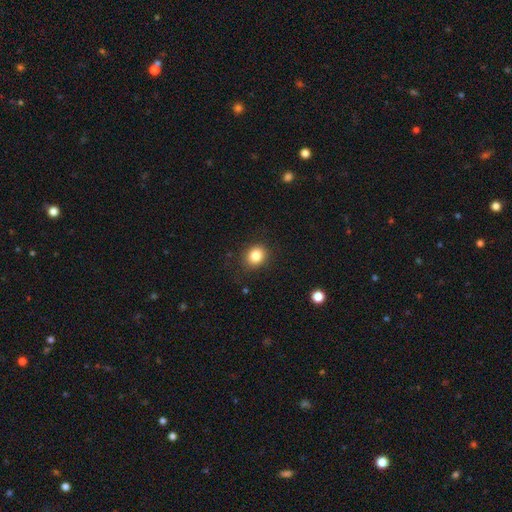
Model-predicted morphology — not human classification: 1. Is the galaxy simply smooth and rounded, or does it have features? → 84% smooth, 10% star or artifact, 6% featured or disk.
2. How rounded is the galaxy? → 68% round, 31% in between, 1% cigar-shaped.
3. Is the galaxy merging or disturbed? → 87% none, 9% minor disturbance, 3% major disturbance, 1% merger.